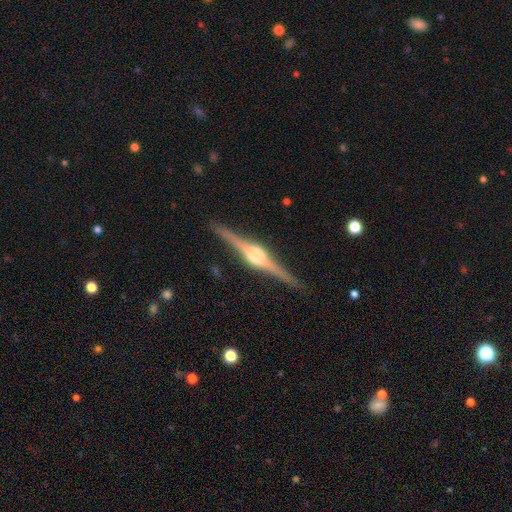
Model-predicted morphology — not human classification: smooth-or-featured: featured or disk: 87% | smooth: 8% | star or artifact: 5%
  disk-edge-on: yes: 98% | no: 2%
    edge-on-bulge: rounded: 88% | boxy: 10% | none: 2%
  merging: none: 89% | minor disturbance: 8% | major disturbance: 2% | merger: 1%